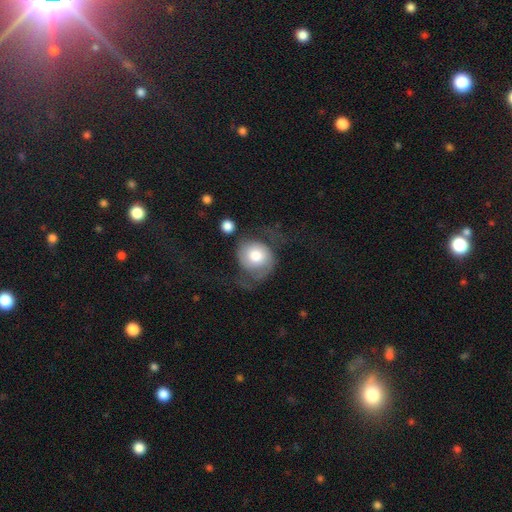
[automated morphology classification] This is possibly a featured or disk galaxy (48%). Merging: marginally none (38%).